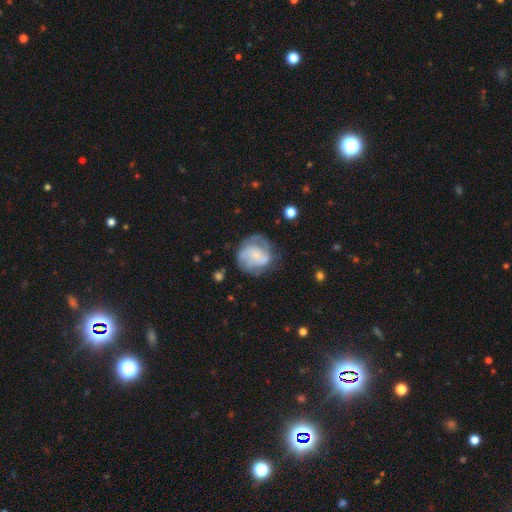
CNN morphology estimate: Smooth or featured: featured or disk — 68% (smooth — 25%)
Edge-on disk: no — 98% (yes — 2%)
Bar: no — 66% (weak — 28%)
Spiral arms: yes — 84% (no — 16%)
Spiral winding: medium — 42% (tight — 40%)
Spiral arm count: 2 — 33% (can't tell — 28%)
Bulge size: small — 53% (none — 25%)
Merging: none — 61% (minor disturbance — 21%)